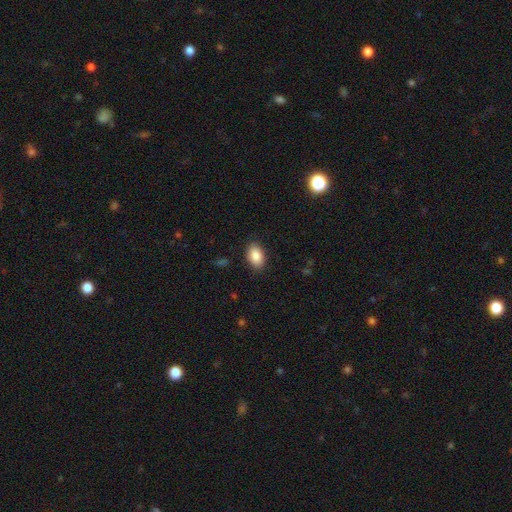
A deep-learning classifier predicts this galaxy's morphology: A smooth galaxy with no disk features (88%) that is in between round and cigar-shaped (91%).

Vote fractions:
- Smooth or featured? smooth: 88% / star or artifact: 7% / featured or disk: 5%
- How rounded? in between: 91% / round: 8% / cigar-shaped: 1%
- Merging? none: 88% / minor disturbance: 9% / major disturbance: 2% / merger: 1%